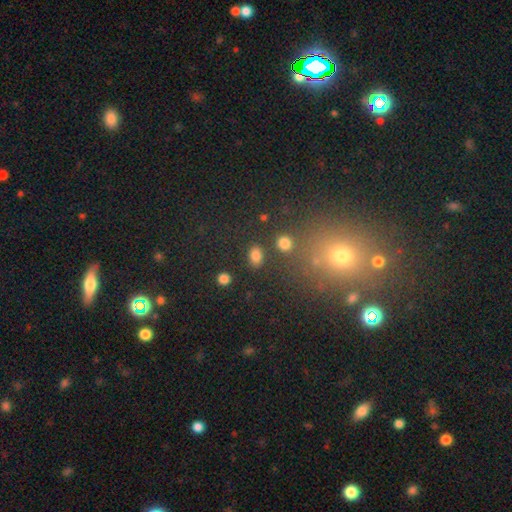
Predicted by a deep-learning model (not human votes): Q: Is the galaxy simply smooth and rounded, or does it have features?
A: smooth — 83%.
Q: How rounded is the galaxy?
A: in between — 77%.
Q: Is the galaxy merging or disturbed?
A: none — 83%.